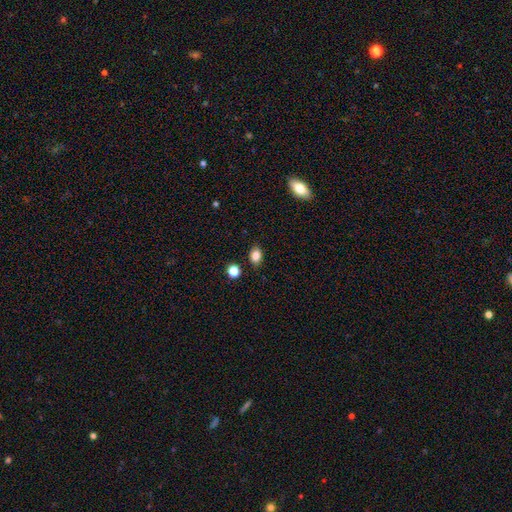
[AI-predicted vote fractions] This appears to be a smooth galaxy with no disk features (84%) that is in between round and cigar-shaped (68%). Merging: none (85%).